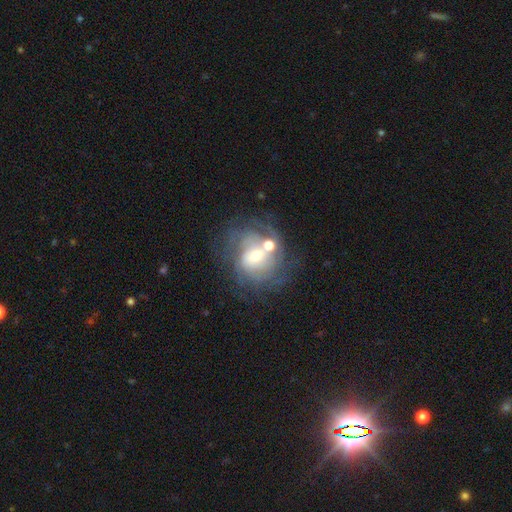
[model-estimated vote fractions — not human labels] smooth_or_featured: featured or disk (p=0.69) [alt: smooth p=0.21]
disk_edge_on: no (p=0.97) [alt: yes p=0.03]
bar: no (p=0.59) [alt: weak p=0.33]
has_spiral_arms: yes (p=0.80) [alt: no p=0.20]
spiral_winding: tight (p=0.52) [alt: medium p=0.34]
spiral_arm_count: can't tell (p=0.44) [alt: 3 p=0.18]
bulge_size: moderate (p=0.58) [alt: small p=0.29]
merging: none (p=0.47) [alt: merger p=0.25]